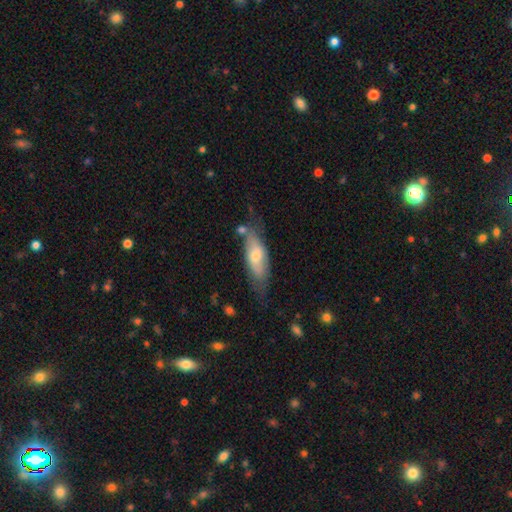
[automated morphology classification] Smooth or featured: smooth — 56% (featured or disk — 38%)
How rounded: in between — 62% (cigar-shaped — 36%)
Merging: none — 59% (minor disturbance — 26%)